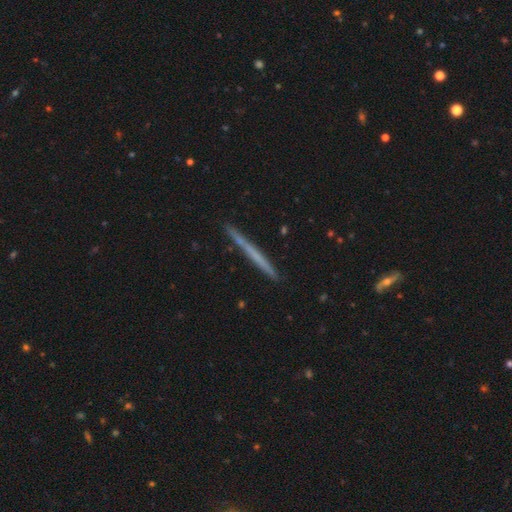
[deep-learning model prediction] smooth 48%, featured or disk 46%, star or artifact 6%. Down the decision tree: merging — none (90%).